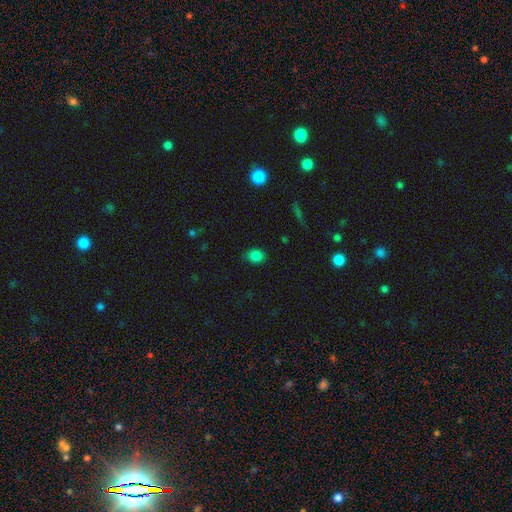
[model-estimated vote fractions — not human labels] Overall: smooth (83%). How rounded: in between (52%; round 47%). Merging: none (78%).